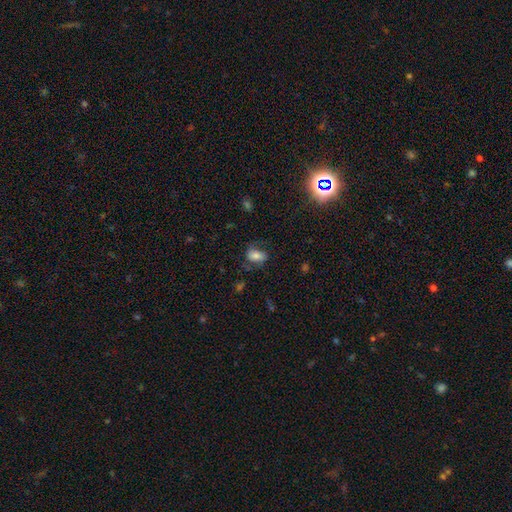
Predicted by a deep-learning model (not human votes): Smooth or featured? Predicted: smooth (p=0.66). How rounded? Predicted: in between (p=0.82). Merging? Predicted: none (p=0.61).